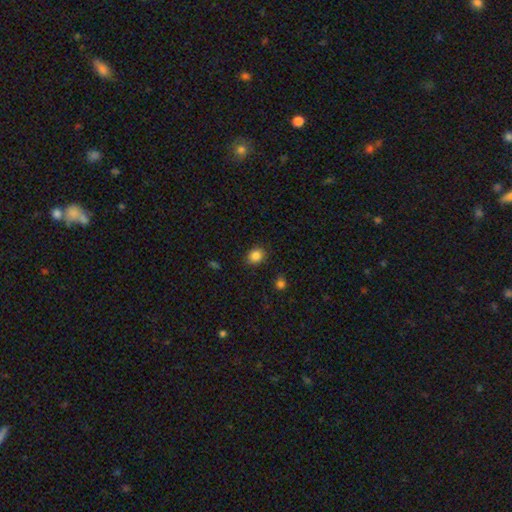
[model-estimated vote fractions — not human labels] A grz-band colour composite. It shows a smooth galaxy with no disk features (85%) that is round (63%). Merging: none (86%).